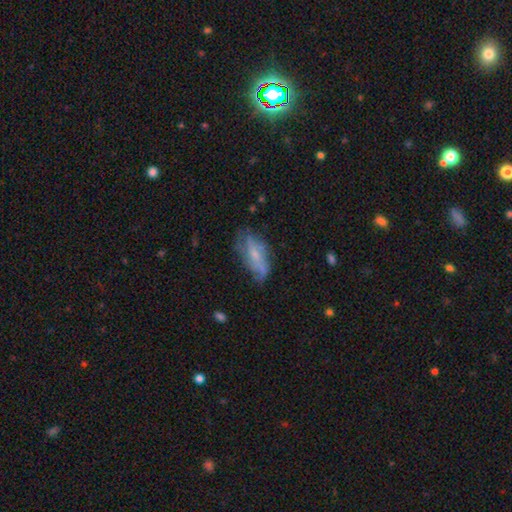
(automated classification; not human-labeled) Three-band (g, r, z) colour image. It shows a featured or disk galaxy (49%). Merging: none (52%).